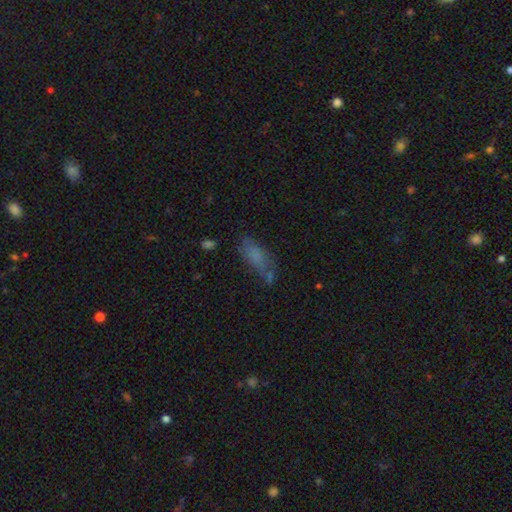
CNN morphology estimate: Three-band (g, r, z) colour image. It shows a smooth galaxy with no disk features (71%) that is in between round and cigar-shaped (65%). Merging: none (54%).